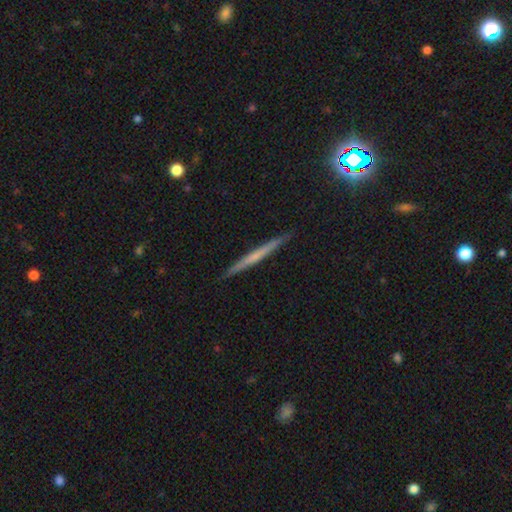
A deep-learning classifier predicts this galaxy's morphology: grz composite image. It shows a featured or disk galaxy (52%) viewed edge-on (97%) with no central bulge (79%). Merging: none (91%).